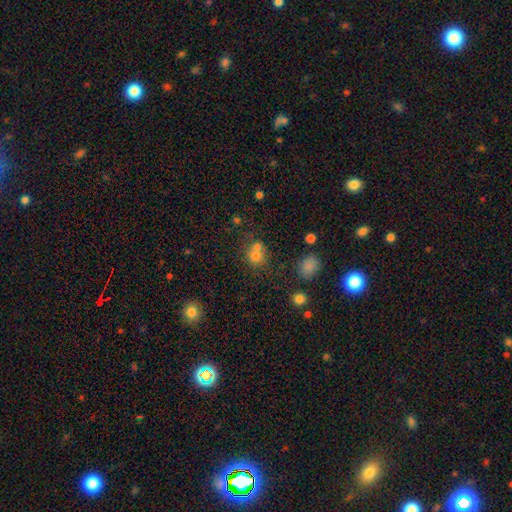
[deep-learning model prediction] Morphology: type=smooth (73%); roundness=round (78%); merging=none (44%).